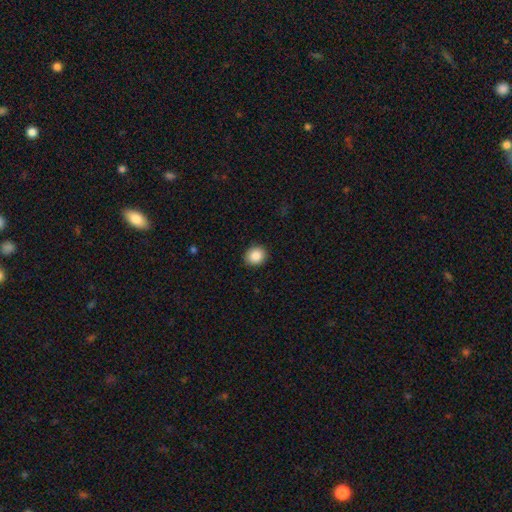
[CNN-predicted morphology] smooth 87%, star or artifact 9%, featured or disk 4%. Down the decision tree: how rounded — round (77%); merging — none (90%).